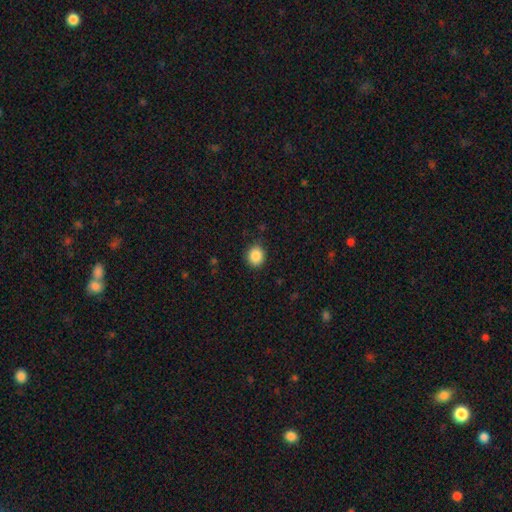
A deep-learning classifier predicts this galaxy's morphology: A smooth galaxy with no disk features (88%) that is round (74%). Merging: none (86%).